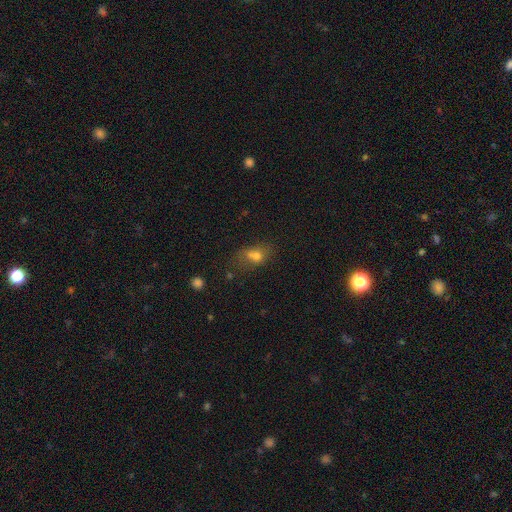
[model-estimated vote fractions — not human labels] smooth-or-featured: smooth: 66% | featured or disk: 19% | star or artifact: 14%
  how-rounded: in between: 62% | round: 34% | cigar-shaped: 4%
  merging: merger: 43% | none: 32% | minor disturbance: 15% | major disturbance: 10%